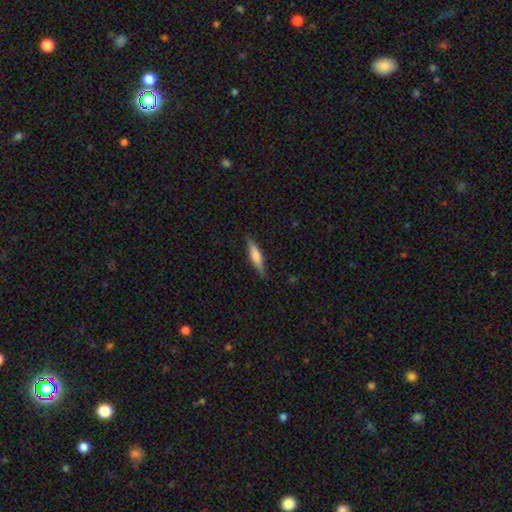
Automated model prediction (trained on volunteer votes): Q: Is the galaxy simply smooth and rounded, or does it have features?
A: smooth — 49%.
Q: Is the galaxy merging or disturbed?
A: none — 86%.